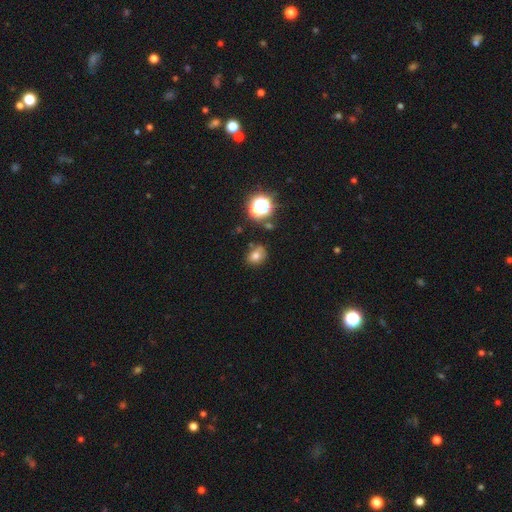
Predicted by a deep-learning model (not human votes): Overall: smooth (70%). How rounded: round (55%; in between 44%). Merging: none (69%).